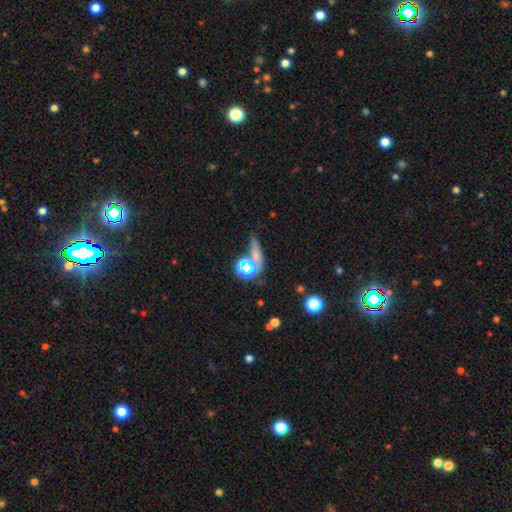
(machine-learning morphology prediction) Smooth or featured: smooth — 49% (star or artifact — 35%)
Merging: none — 48% (merger — 20%)